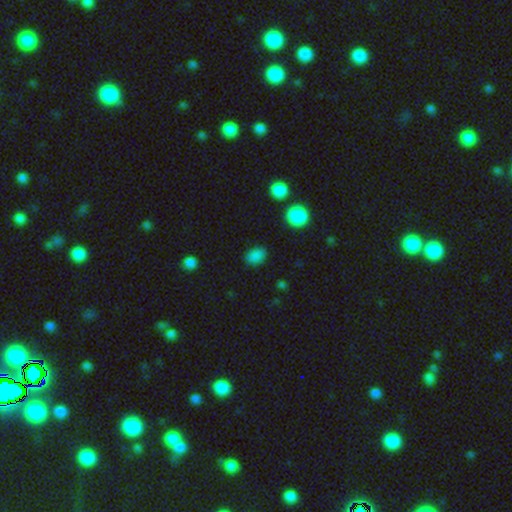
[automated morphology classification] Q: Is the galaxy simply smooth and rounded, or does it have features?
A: smooth — 85%.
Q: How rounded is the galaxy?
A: in between — 72%.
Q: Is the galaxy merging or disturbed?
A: none — 84%.